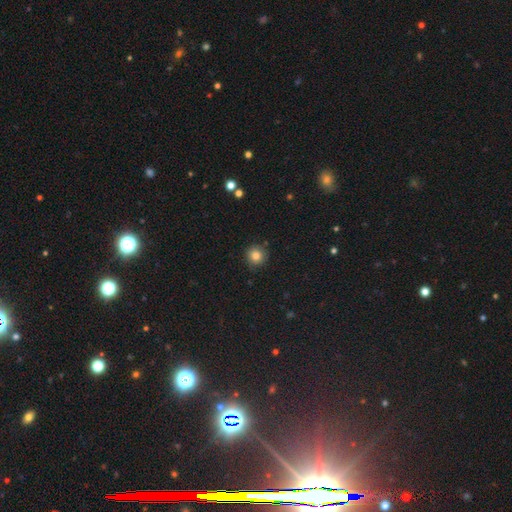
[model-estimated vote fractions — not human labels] This appears to be a smooth galaxy with no disk features (83%) that is round (93%). Merging: none (88%).